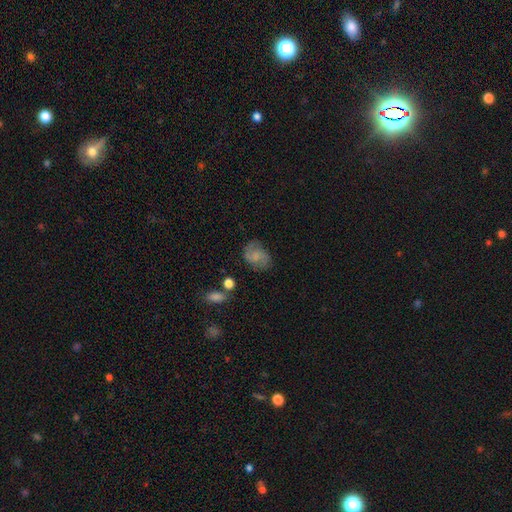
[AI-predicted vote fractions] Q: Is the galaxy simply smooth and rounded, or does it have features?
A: smooth — 46%.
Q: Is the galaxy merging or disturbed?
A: none — 64%.